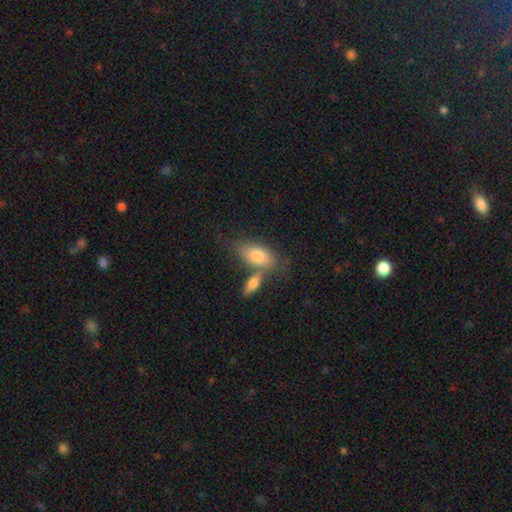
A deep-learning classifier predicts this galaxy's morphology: A smooth galaxy with no disk features (76%) that is in between round and cigar-shaped (86%).

Vote fractions:
- Smooth or featured? smooth: 76% / featured or disk: 15% / star or artifact: 8%
- How rounded? in between: 86% / cigar-shaped: 9% / round: 6%
- Merging? none: 50% / merger: 31% / minor disturbance: 14% / major disturbance: 5%